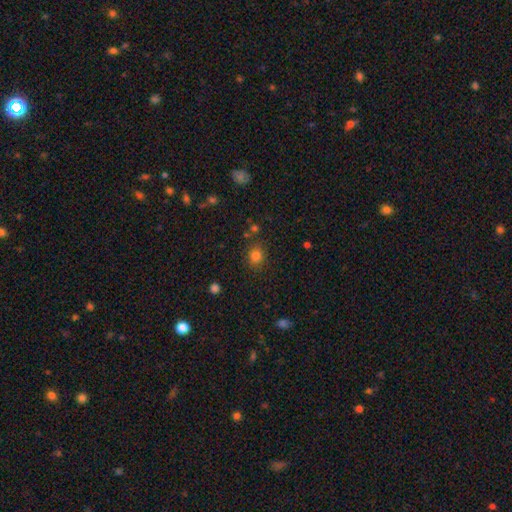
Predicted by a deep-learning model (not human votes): A smooth galaxy with no disk features (78%) that is round (69%).

Vote fractions:
- Smooth or featured? smooth: 78% / star or artifact: 16% / featured or disk: 6%
- How rounded? round: 69% / in between: 30% / cigar-shaped: 1%
- Merging? none: 80% / minor disturbance: 12% / merger: 5% / major disturbance: 4%